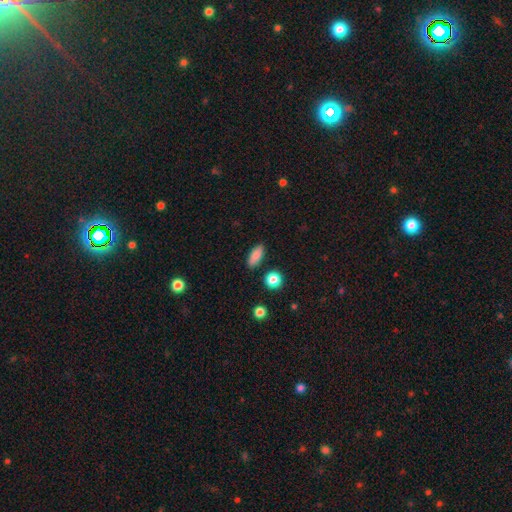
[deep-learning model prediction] A smooth galaxy with no disk features (85%) that is in between round and cigar-shaped (78%). Merging: none (86%).